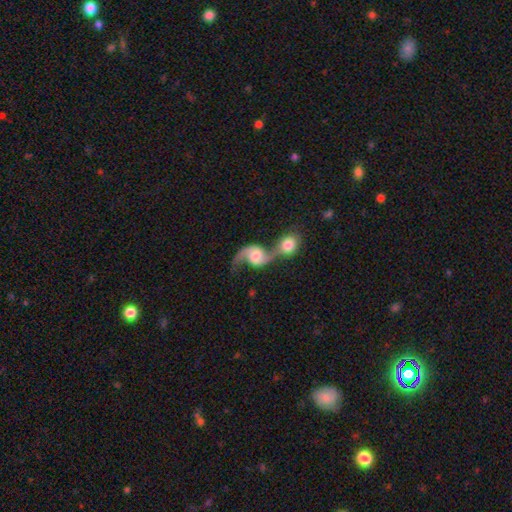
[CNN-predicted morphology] A featured or disk galaxy (79%) with no bar (46%), 2 (90%) loose (76%) spiral arms (94%) and a moderate central bulge (51%). Merging: merger (69%).